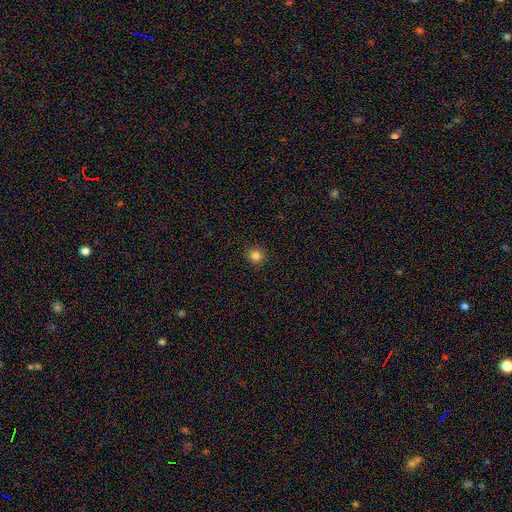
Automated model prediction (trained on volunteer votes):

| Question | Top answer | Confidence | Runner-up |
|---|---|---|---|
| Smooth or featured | smooth | 84% | star or artifact (12%) |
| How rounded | round | 87% | in between (12%) |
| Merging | none | 91% | minor disturbance (6%) |